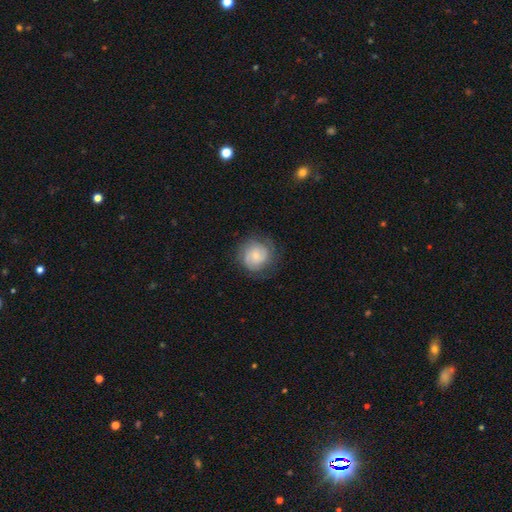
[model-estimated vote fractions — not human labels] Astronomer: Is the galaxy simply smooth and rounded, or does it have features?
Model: featured or disk — 56% (runner-up: smooth, 36%).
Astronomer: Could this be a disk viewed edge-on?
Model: no — 98%.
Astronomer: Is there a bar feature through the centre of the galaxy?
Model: no — 73%.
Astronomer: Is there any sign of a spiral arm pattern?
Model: yes — 87%.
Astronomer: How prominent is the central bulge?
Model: small — 66%.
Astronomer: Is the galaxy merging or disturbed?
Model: none — 74%.